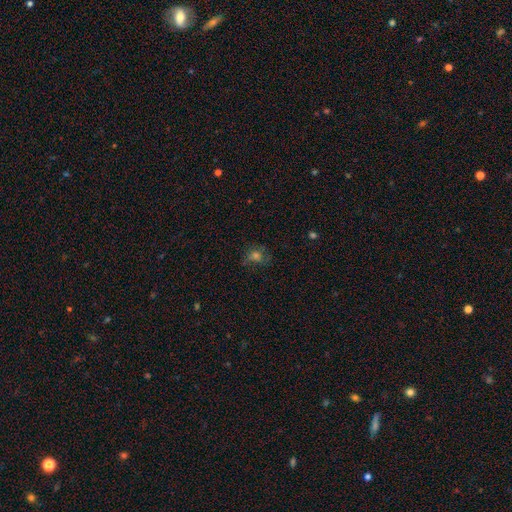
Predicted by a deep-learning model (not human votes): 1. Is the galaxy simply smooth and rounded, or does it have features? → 45% smooth, 28% featured or disk, 27% star or artifact.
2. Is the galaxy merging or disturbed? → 55% none, 22% minor disturbance, 20% major disturbance, 3% merger.